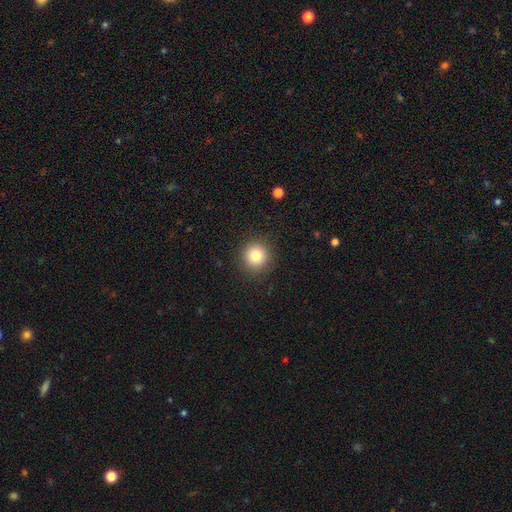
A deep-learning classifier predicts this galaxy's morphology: Smooth or featured? smooth (84%)
How rounded? round (94%)
Merging? none (90%)